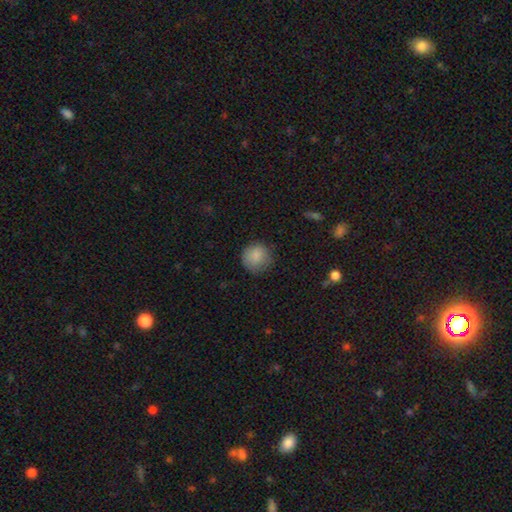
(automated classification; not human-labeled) smooth-or-featured: smooth: 86% | star or artifact: 8% | featured or disk: 6%
  how-rounded: round: 91% | in between: 8% | cigar-shaped: 1%
  merging: none: 79% | minor disturbance: 16% | major disturbance: 4% | merger: 1%